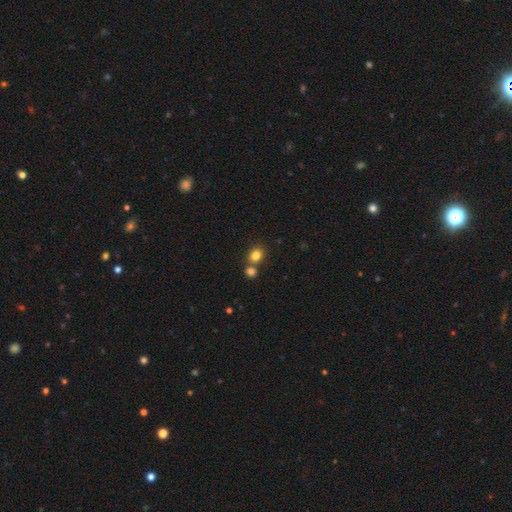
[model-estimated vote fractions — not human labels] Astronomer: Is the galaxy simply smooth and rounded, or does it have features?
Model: smooth — 82%.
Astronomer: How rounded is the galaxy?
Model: round — 66%.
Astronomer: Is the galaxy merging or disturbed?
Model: none — 60%.